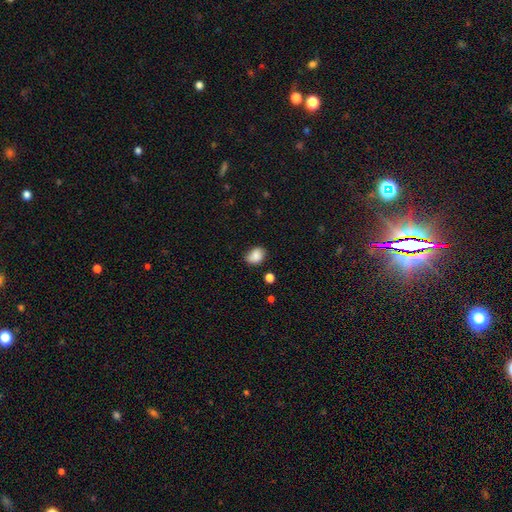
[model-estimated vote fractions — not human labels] This is clearly a smooth galaxy (83%). How rounded: likely in between (66%). Merging: likely none (66%).